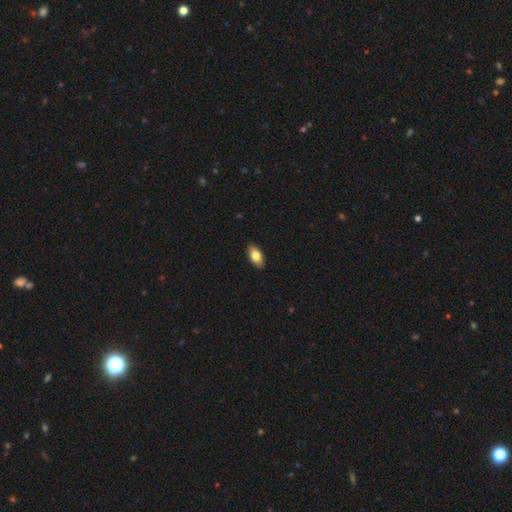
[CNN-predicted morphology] Smooth or featured: smooth — 81% (featured or disk — 12%)
How rounded: in between — 91% (cigar-shaped — 5%)
Merging: none — 89% (minor disturbance — 8%)